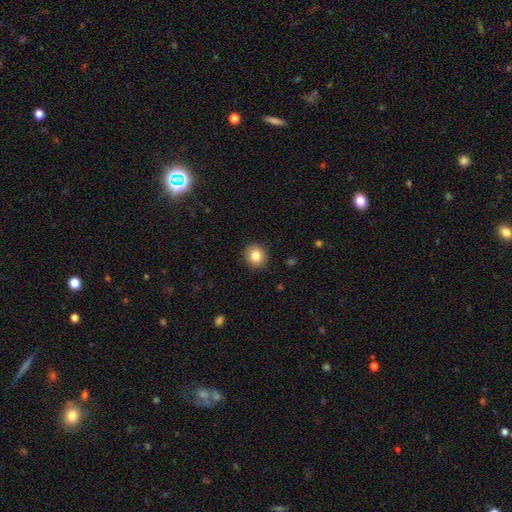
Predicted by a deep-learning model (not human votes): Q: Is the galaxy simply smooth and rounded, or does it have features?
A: smooth — 83%.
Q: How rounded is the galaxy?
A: round — 81%.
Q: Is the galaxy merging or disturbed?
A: none — 91%.